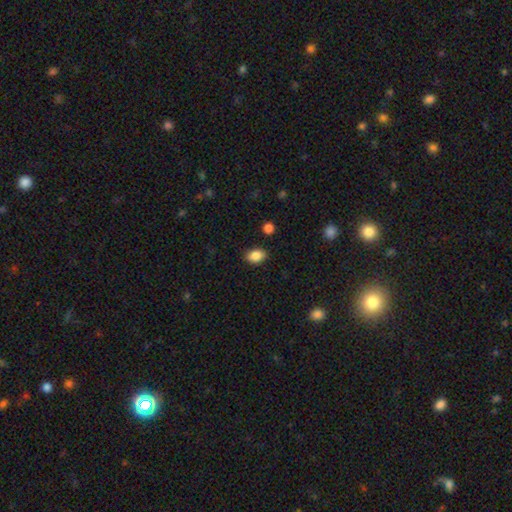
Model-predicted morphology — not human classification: A smooth galaxy with no disk features (87%) that is in between round and cigar-shaped (83%). Merging: none (87%).